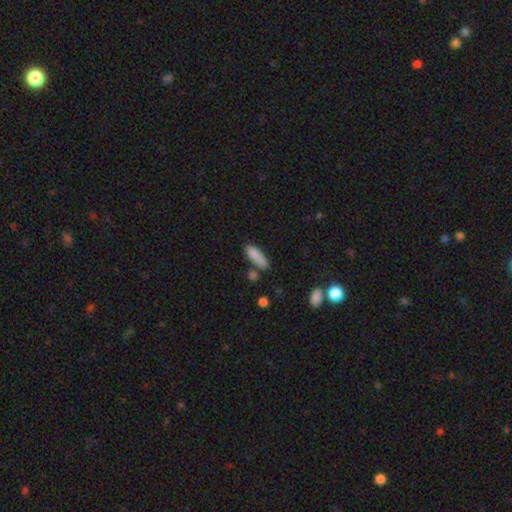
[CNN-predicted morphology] Overall: smooth (84%). How rounded: in between (56%; cigar-shaped 41%). Merging: none (57%; minor disturbance 23%).